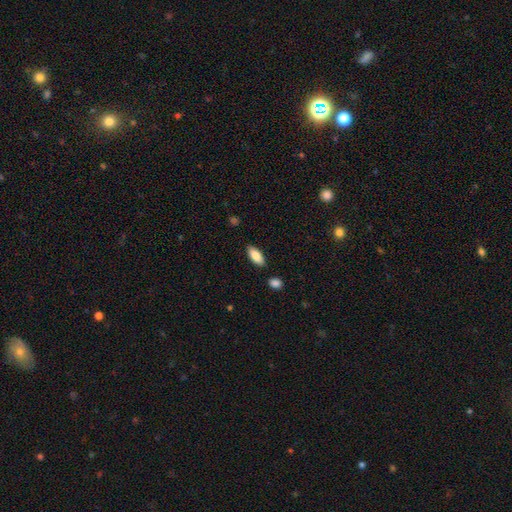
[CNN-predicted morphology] type=smooth (84%); roundness=in between (86%); merging=none (86%).